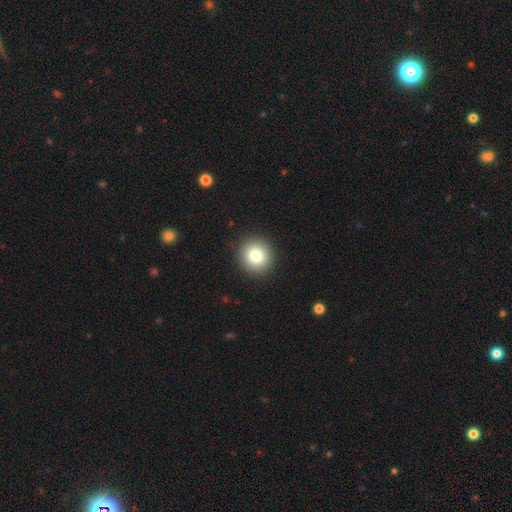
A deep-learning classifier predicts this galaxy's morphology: Overall: smooth (81%). How rounded: round (89%). Merging: none (92%).